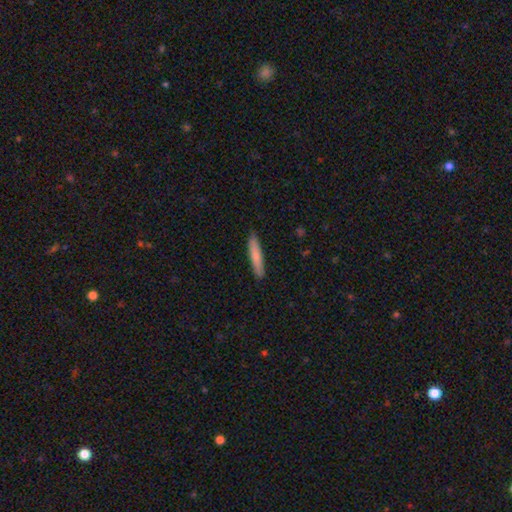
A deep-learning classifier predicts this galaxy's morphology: Smooth or featured: smooth — 76% (featured or disk — 18%)
How rounded: cigar-shaped — 91% (in between — 8%)
Merging: none — 88% (minor disturbance — 9%)